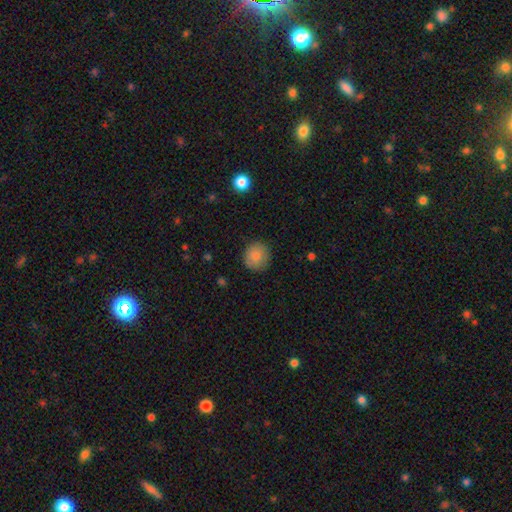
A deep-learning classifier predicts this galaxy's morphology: The model was most divided on "smooth or featured": smooth: 84%, star or artifact: 8%, featured or disk: 8%. More confident: how rounded — round (89%); merging — none (86%).